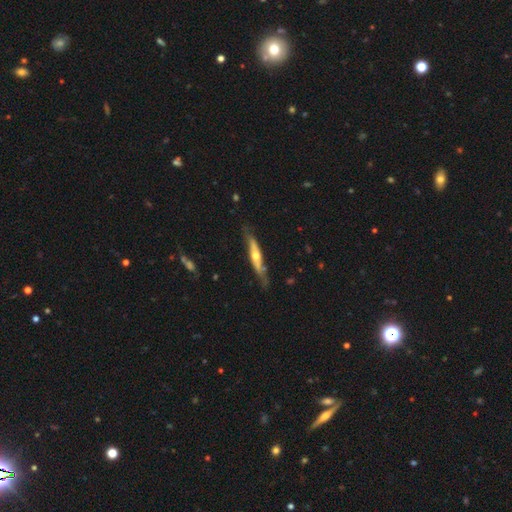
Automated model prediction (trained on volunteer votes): This appears to be a featured or disk galaxy (65%) viewed edge-on (81%) with a rounded central bulge (87%). Merging: none (69%).